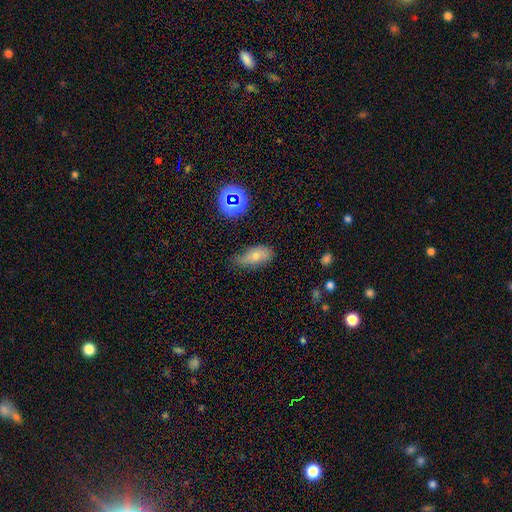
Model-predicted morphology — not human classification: Overall: smooth (69%). How rounded: in between (86%). Merging: none (55%; minor disturbance 34%).